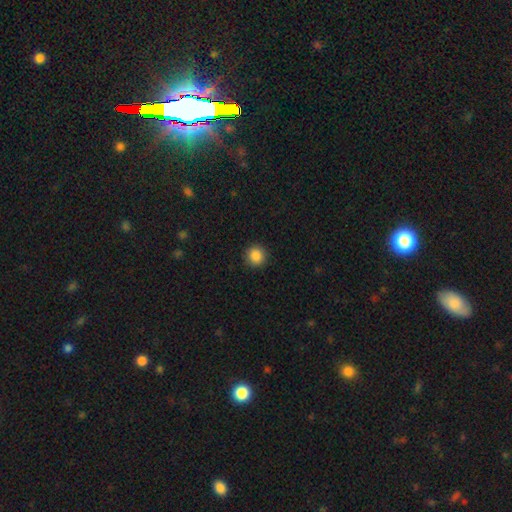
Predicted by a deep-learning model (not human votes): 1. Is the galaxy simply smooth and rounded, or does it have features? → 87% smooth, 10% star or artifact, 3% featured or disk.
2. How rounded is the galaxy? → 94% round, 5% in between, 1% cigar-shaped.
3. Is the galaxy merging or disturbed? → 92% none, 5% minor disturbance, 2% major disturbance, 1% merger.